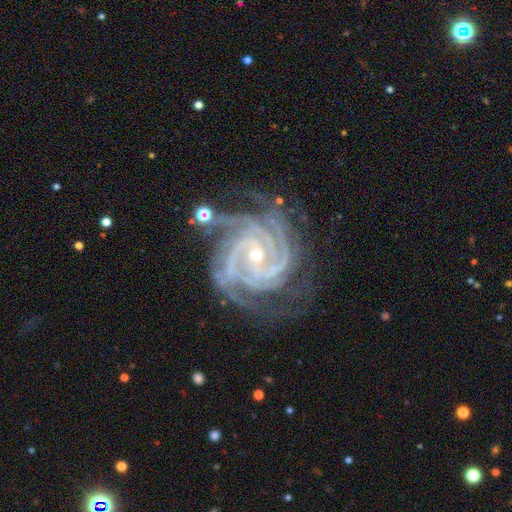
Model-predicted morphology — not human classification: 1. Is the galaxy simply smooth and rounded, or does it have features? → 93% featured or disk, 5% star or artifact, 2% smooth.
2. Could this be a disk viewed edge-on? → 98% no, 2% yes.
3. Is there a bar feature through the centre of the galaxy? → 44% no, 33% weak, 23% strong.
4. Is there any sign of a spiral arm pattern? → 99% yes, 1% no.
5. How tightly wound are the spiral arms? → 79% tight, 19% medium, 2% loose.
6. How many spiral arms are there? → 37% 4, 27% 3, 12% more than 4, 9% 2, 9% can't tell, 6% 1.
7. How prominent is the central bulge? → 64% small, 33% moderate, 1% large, 1% none, 1% dominant.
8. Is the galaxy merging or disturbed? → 67% none, 20% minor disturbance, 9% major disturbance, 3% merger.